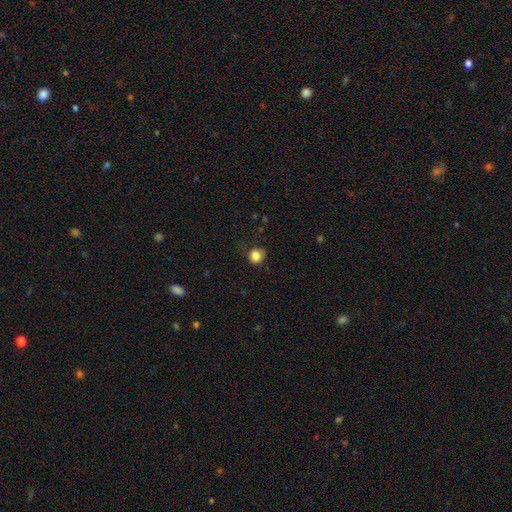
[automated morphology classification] Smooth or featured? smooth (84%)
How rounded? round (81%)
Merging? none (73%)